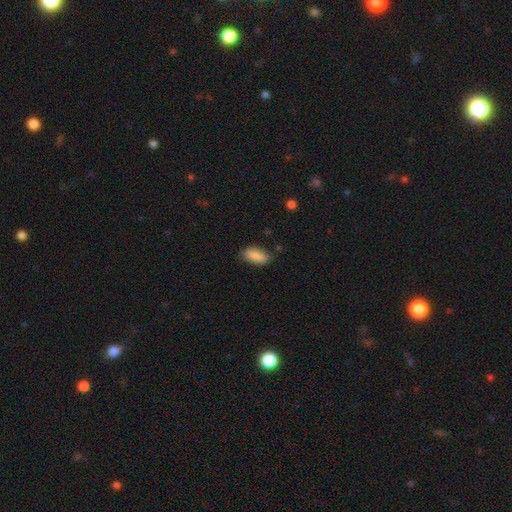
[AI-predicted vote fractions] smooth-or-featured: smooth: 85% | featured or disk: 8% | star or artifact: 7%
  how-rounded: in between: 85% | cigar-shaped: 12% | round: 3%
  merging: none: 74% | minor disturbance: 20% | major disturbance: 4% | merger: 2%